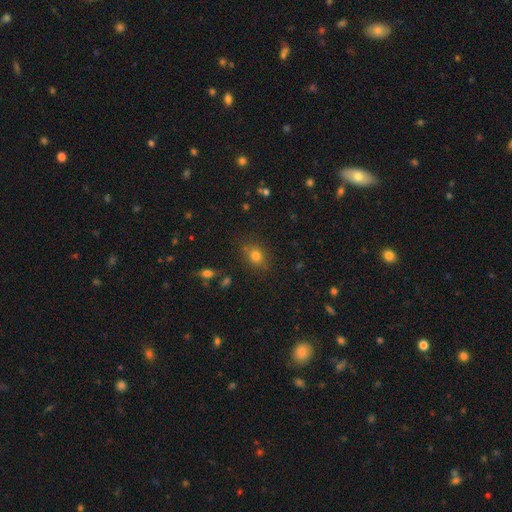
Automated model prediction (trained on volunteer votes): smooth_or_featured: smooth (p=0.78) [alt: star or artifact p=0.14]
how_rounded: round (p=0.54) [alt: in between p=0.45]
merging: none (p=0.79) [alt: minor disturbance p=0.13]